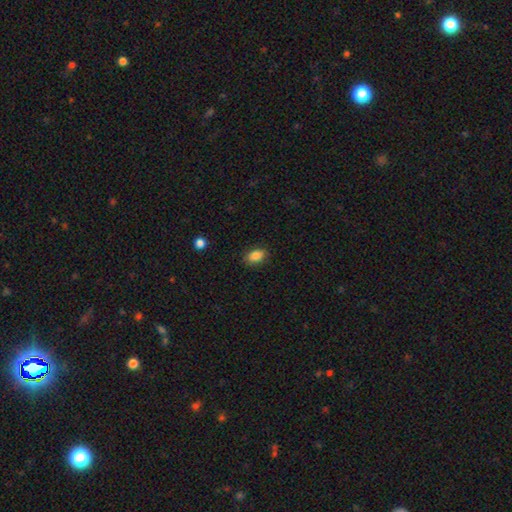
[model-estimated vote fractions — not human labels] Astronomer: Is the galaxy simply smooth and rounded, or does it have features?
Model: smooth — 86%.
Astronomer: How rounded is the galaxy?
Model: in between — 84%.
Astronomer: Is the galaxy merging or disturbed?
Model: none — 85%.